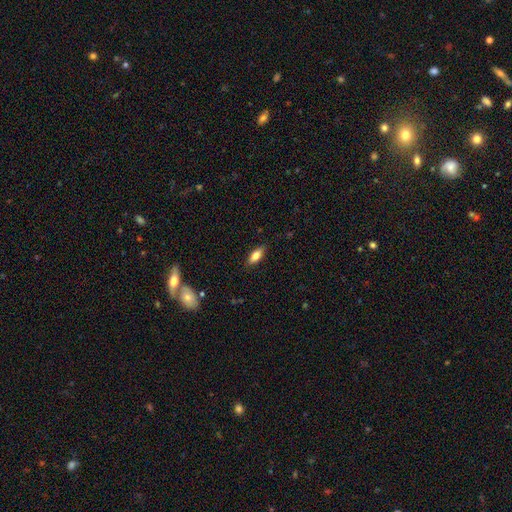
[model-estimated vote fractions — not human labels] Overall: smooth (73%). How rounded: in between (76%). Merging: none (86%).